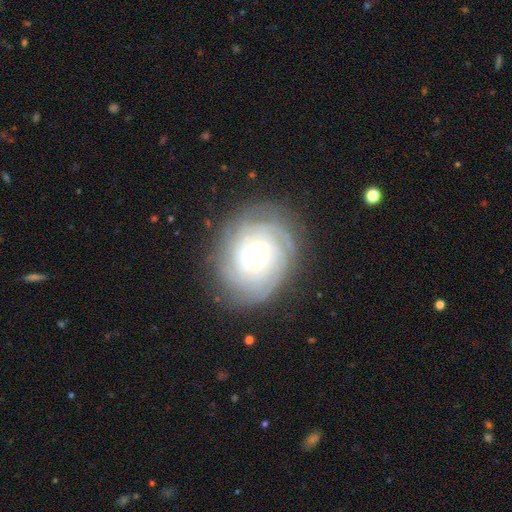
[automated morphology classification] Smooth or featured? Predicted: featured or disk (p=0.82). Edge-on disk? Predicted: no (p=0.97). Bar? Predicted: no (p=0.75). Spiral arms? Predicted: yes (p=0.96). Spiral winding? Predicted: tight (p=0.81). Spiral arm count? Predicted: can't tell (p=0.33). Bulge size? Predicted: moderate (p=0.62). Merging? Predicted: none (p=0.82).